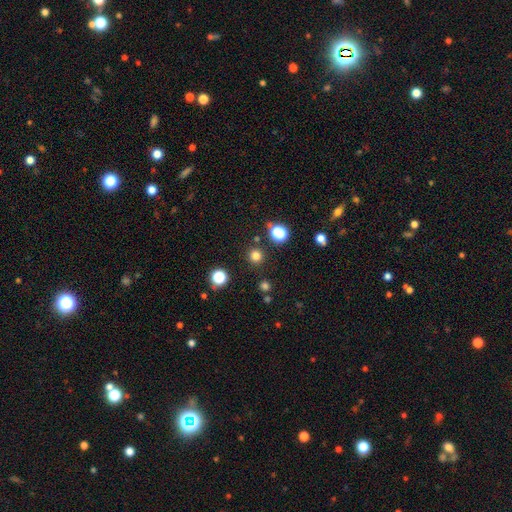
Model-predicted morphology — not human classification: Smooth or featured?
  - smooth: 76% *
  - star or artifact: 19%
  - featured or disk: 5%
How rounded?
  - round: 95% *
  - in between: 5%
  - cigar-shaped: 1%
Merging?
  - none: 88% *
  - minor disturbance: 6%
  - merger: 3%
  - major disturbance: 3%